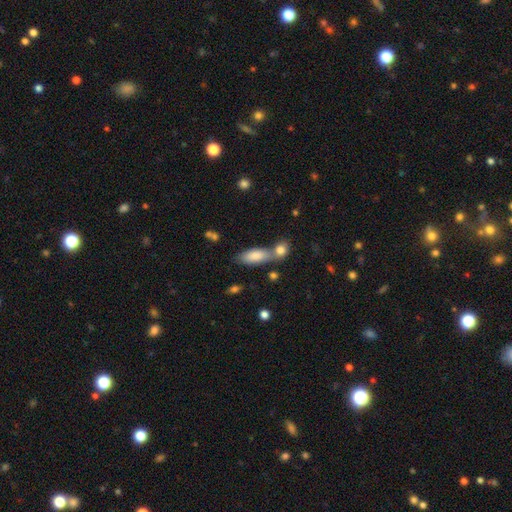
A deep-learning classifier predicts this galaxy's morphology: This is clearly a smooth galaxy (83%). How rounded: likely in between (77%). Merging: possibly none (46%).